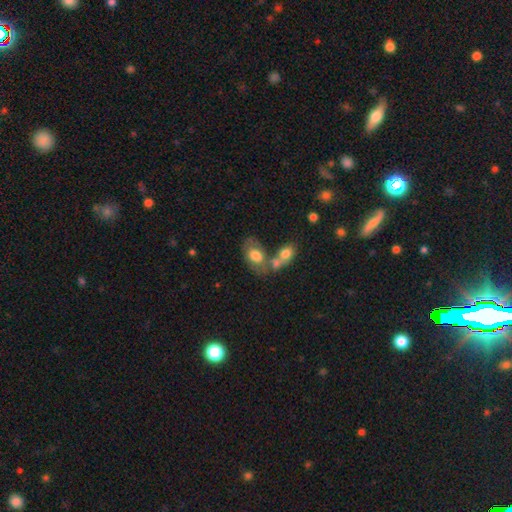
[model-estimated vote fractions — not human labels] Morphology: type=smooth (67%); roundness=in between (87%); merging=merger (44%).